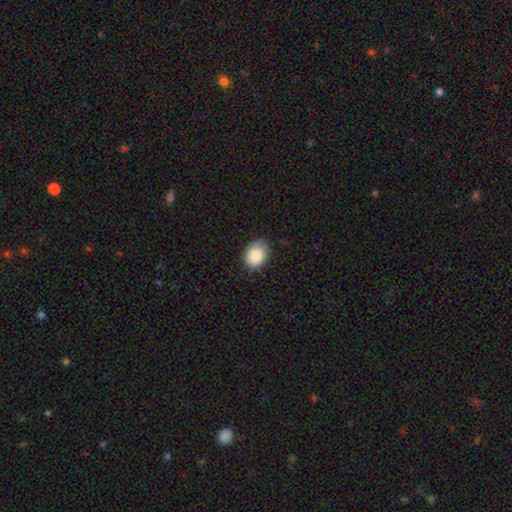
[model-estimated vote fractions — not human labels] A smooth galaxy with no disk features (86%) that is in between round and cigar-shaped (73%).

Vote fractions:
- Smooth or featured? smooth: 86% / star or artifact: 7% / featured or disk: 7%
- How rounded? in between: 73% / round: 26% / cigar-shaped: 1%
- Merging? none: 79% / minor disturbance: 17% / major disturbance: 3% / merger: 1%